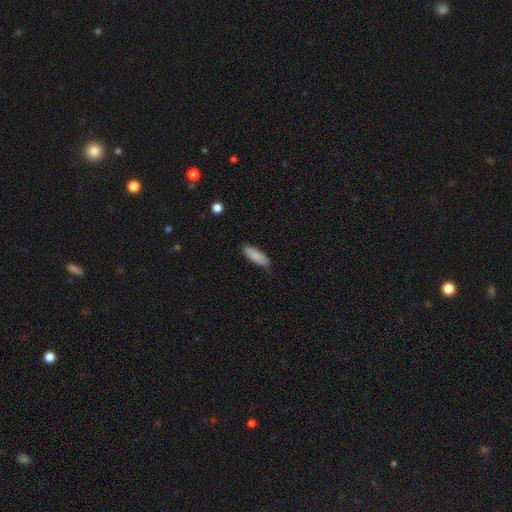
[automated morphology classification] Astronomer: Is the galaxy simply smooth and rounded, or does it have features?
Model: smooth — 88%.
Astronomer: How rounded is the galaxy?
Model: in between — 60% (runner-up: cigar-shaped, 38%).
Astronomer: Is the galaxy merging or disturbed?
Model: none — 84%.